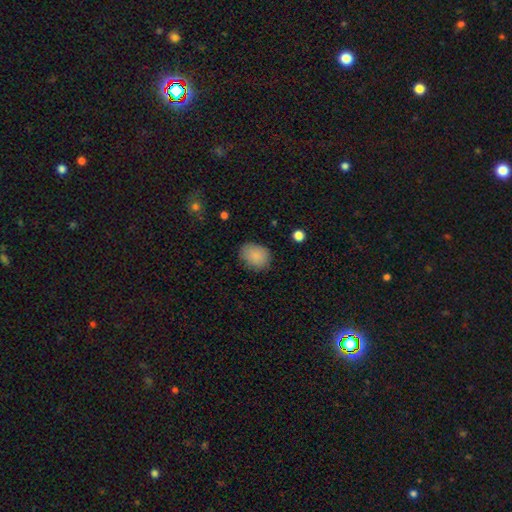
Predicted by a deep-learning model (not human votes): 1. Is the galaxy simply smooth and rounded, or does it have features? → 87% smooth, 7% star or artifact, 5% featured or disk.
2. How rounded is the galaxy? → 59% in between, 40% round, 1% cigar-shaped.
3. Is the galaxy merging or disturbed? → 79% none, 16% minor disturbance, 4% major disturbance, 1% merger.